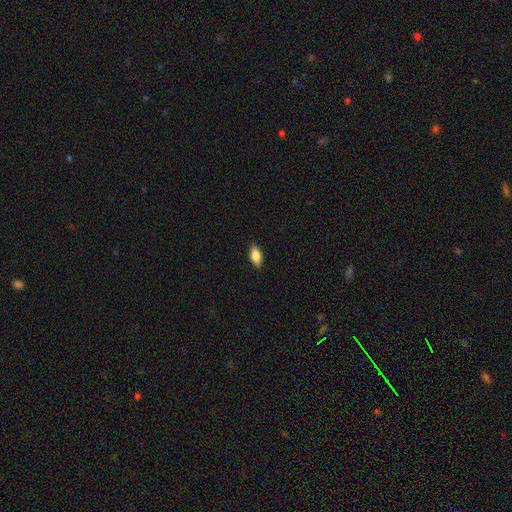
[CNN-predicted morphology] smooth_or_featured: smooth (p=0.80) [alt: featured or disk p=0.13]
how_rounded: in between (p=0.81) [alt: cigar-shaped p=0.16]
merging: none (p=0.88) [alt: minor disturbance p=0.09]